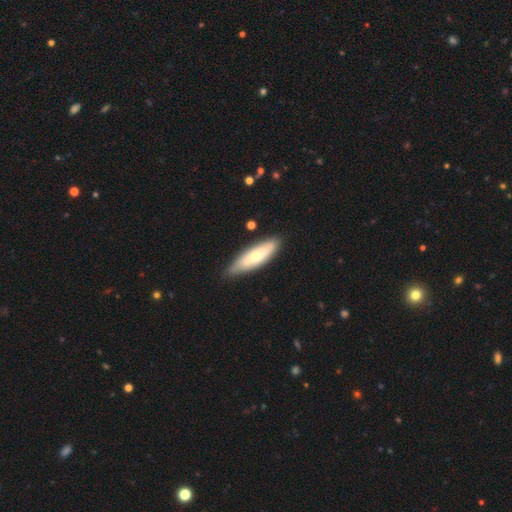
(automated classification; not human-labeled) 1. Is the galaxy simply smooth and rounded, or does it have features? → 53% smooth, 42% featured or disk, 5% star or artifact.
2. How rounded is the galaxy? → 50% cigar-shaped, 48% in between, 2% round.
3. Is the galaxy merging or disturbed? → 79% none, 16% minor disturbance, 3% major disturbance, 2% merger.